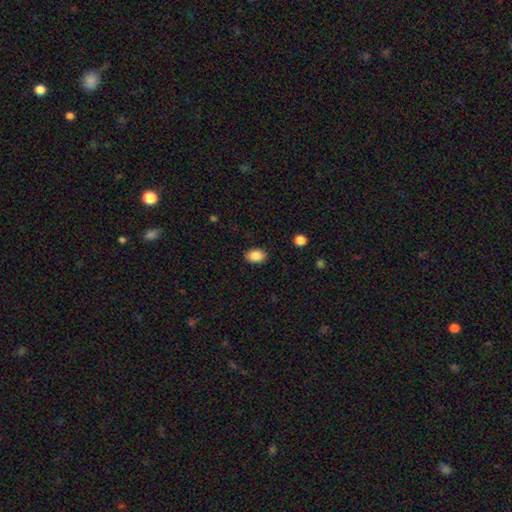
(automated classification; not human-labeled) This is clearly a smooth galaxy (87%). How rounded: likely in between (76%). Merging: clearly none (88%).